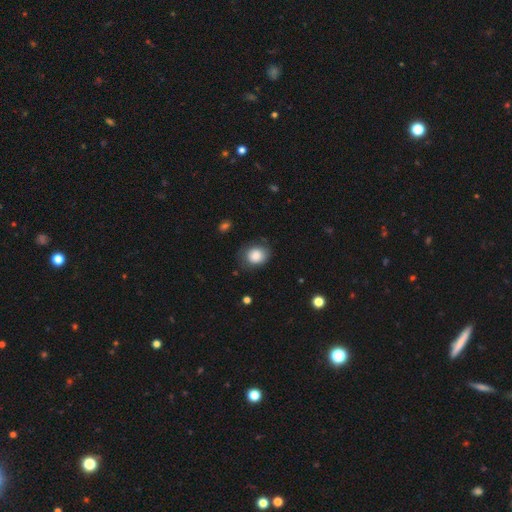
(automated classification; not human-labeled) Smooth or featured: smooth — 83% (featured or disk — 9%)
How rounded: round — 59% (in between — 40%)
Merging: none — 66% (minor disturbance — 24%)